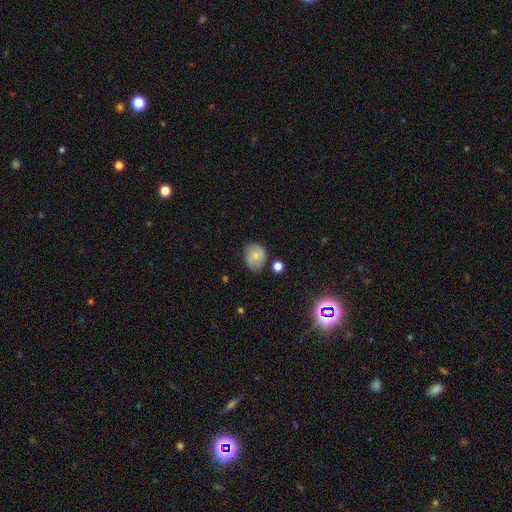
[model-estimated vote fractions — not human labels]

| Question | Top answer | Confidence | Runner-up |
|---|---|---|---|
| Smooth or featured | smooth | 70% | featured or disk (20%) |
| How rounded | round | 58% | in between (41%) |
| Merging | none | 65% | minor disturbance (25%) |